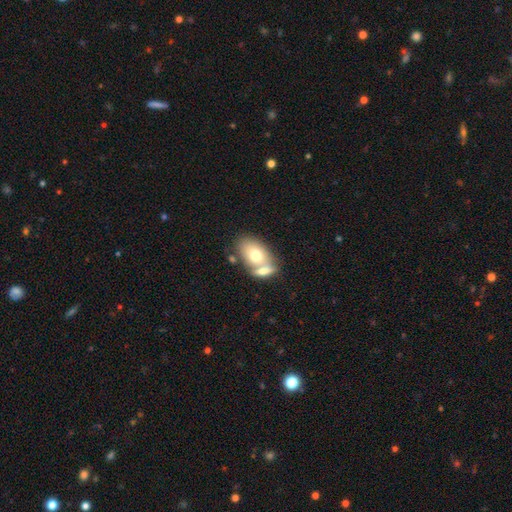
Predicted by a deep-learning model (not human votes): Smooth or featured? Predicted: smooth (p=0.68). How rounded? Predicted: in between (p=0.86). Merging? Predicted: merger (p=0.51).